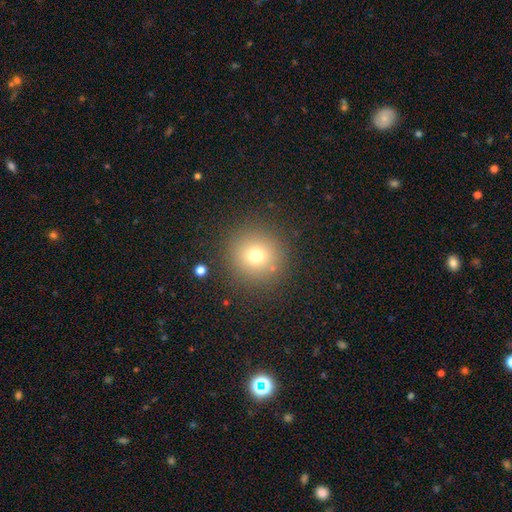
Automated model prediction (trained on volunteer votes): The model was most divided on "smooth or featured": smooth: 72%, star or artifact: 17%, featured or disk: 11%. More confident: how rounded — round (95%); merging — none (88%).